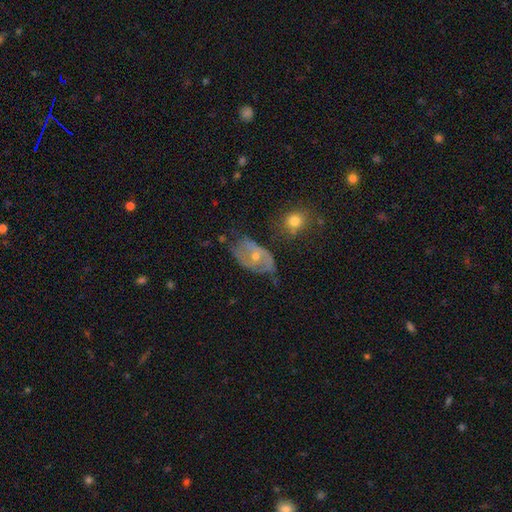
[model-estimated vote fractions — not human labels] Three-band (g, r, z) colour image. It shows a featured or disk galaxy (67%) with no bar (70%), spiral arms (65%) and a moderate central bulge (49%). Merging: none (48%).